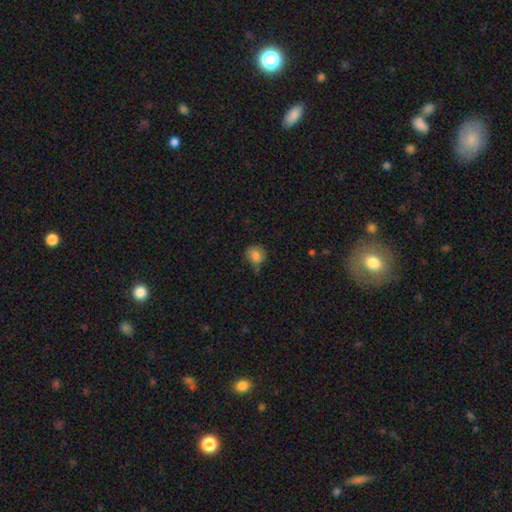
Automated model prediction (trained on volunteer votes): smooth_or_featured: smooth (p=0.84) [alt: star or artifact p=0.10]
how_rounded: round (p=0.69) [alt: in between p=0.30]
merging: none (p=0.65) [alt: minor disturbance p=0.24]